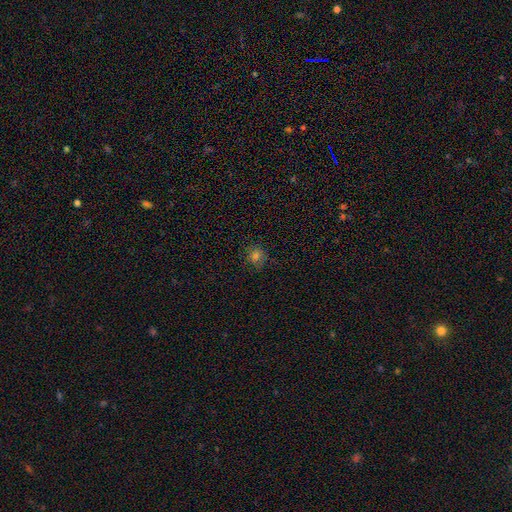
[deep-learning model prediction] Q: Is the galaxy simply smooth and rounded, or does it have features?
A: smooth — 70%.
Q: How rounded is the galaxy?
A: round — 83%.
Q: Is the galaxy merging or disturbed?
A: none — 83%.